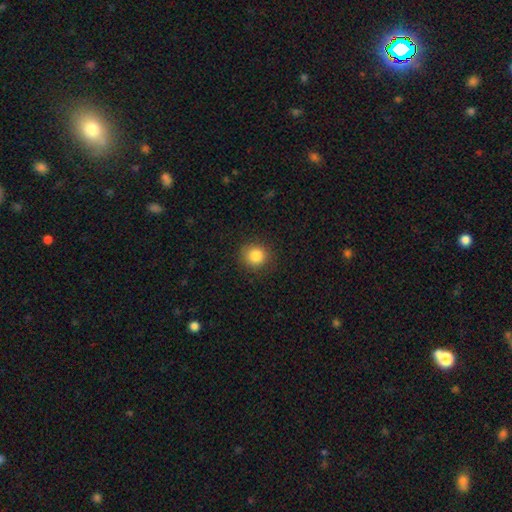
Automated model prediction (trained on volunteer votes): Smooth or featured? smooth (85%)
How rounded? round (89%)
Merging? none (88%)